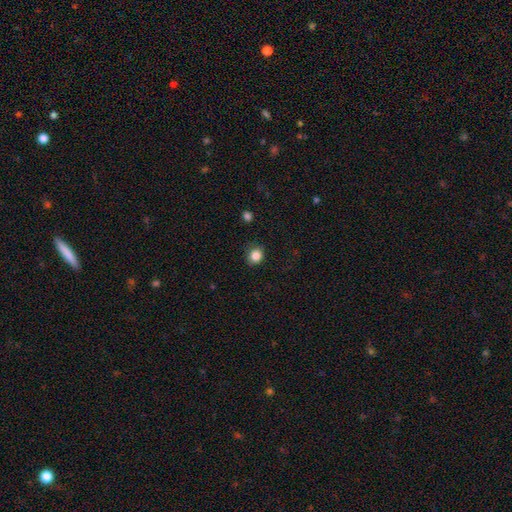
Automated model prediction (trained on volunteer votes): Morphology: type=smooth (85%); roundness=round (69%); merging=none (84%).